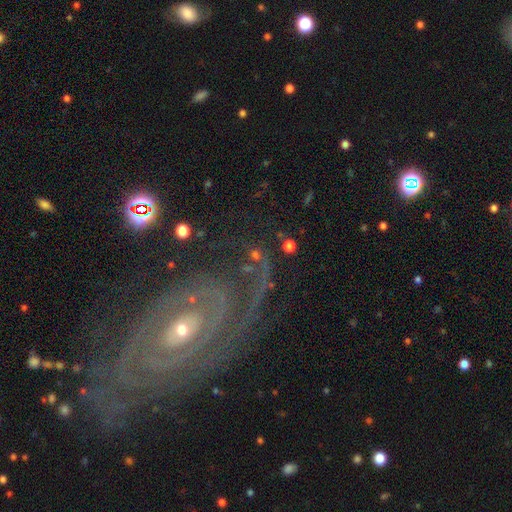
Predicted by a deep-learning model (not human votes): This appears to be a featured or disk galaxy (59%) with no bar (62%), spiral arms (78%) and a small central bulge (47%). Merging: none (61%).